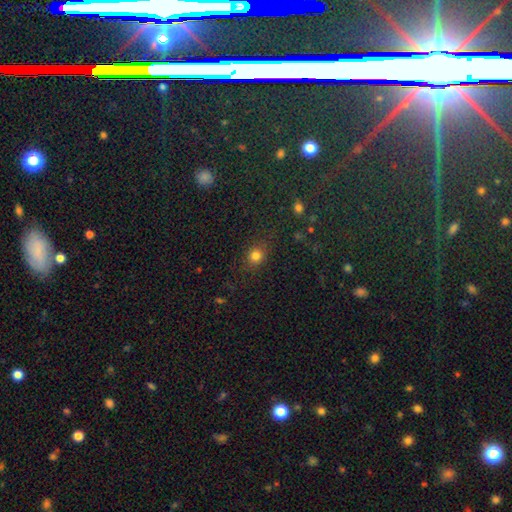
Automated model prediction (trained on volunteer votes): Smooth or featured? smooth (78%)
How rounded? round (76%)
Merging? none (83%)